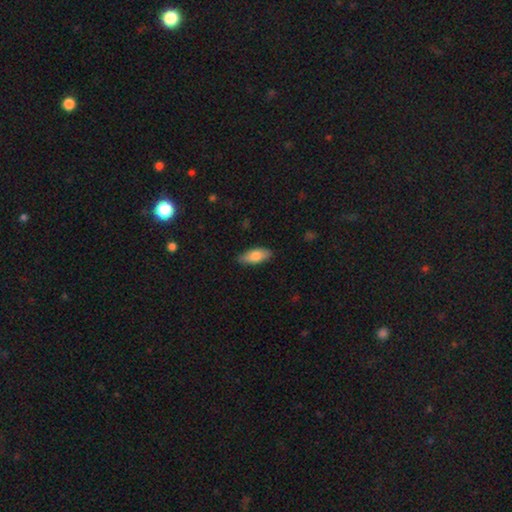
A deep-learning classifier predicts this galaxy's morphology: The model was most divided on "smooth or featured": smooth: 78%, featured or disk: 16%, star or artifact: 6%. More confident: merging — none (85%); how rounded — in between (81%).